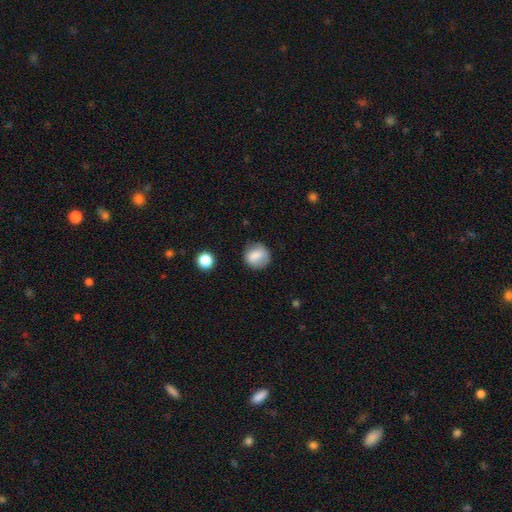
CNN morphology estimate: smooth-or-featured: smooth: 78% | featured or disk: 13% | star or artifact: 9%
  how-rounded: round: 76% | in between: 23% | cigar-shaped: 1%
  merging: none: 72% | minor disturbance: 19% | major disturbance: 7% | merger: 2%